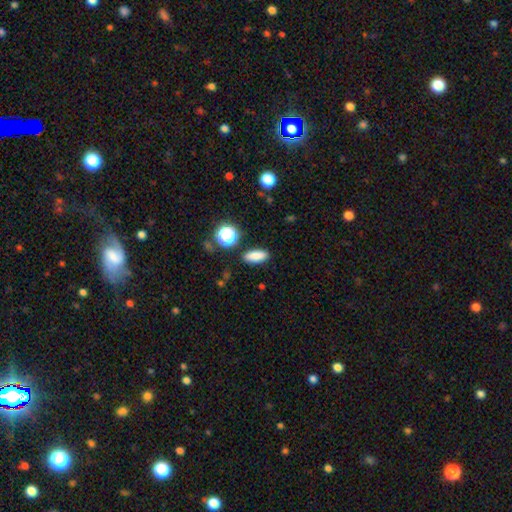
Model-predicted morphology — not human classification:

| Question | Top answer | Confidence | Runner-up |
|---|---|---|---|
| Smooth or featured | smooth | 83% | star or artifact (11%) |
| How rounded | in between | 66% | cigar-shaped (25%) |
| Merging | none | 87% | minor disturbance (8%) |